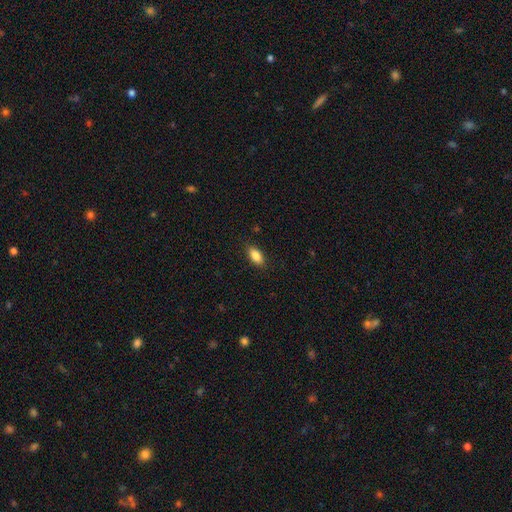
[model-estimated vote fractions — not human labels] The model was most divided on "merging": none: 87%, minor disturbance: 10%, major disturbance: 2%, merger: 1%. More confident: how rounded — in between (88%); smooth or featured — smooth (86%).